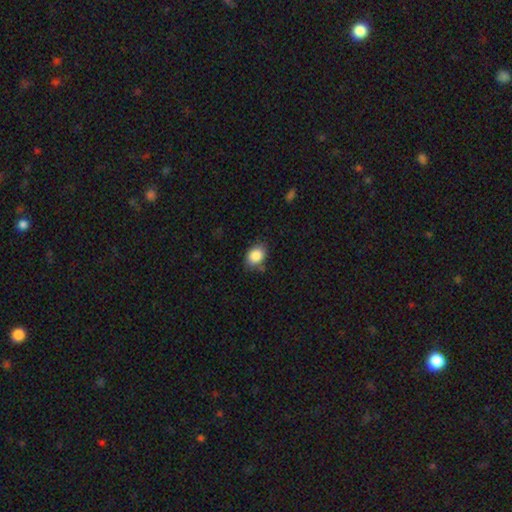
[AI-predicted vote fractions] smooth-or-featured: smooth: 87% | star or artifact: 8% | featured or disk: 5%
  how-rounded: in between: 69% | round: 30% | cigar-shaped: 1%
  merging: none: 76% | minor disturbance: 17% | major disturbance: 4% | merger: 3%